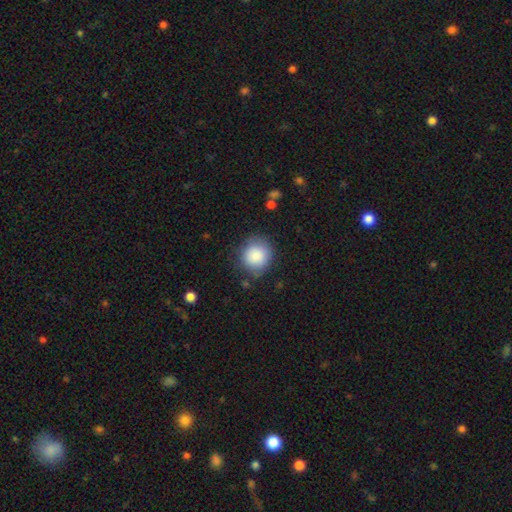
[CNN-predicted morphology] smooth_or_featured: smooth (p=0.87) [alt: star or artifact p=0.08]
how_rounded: round (p=0.86) [alt: in between p=0.13]
merging: none (p=0.79) [alt: minor disturbance p=0.14]